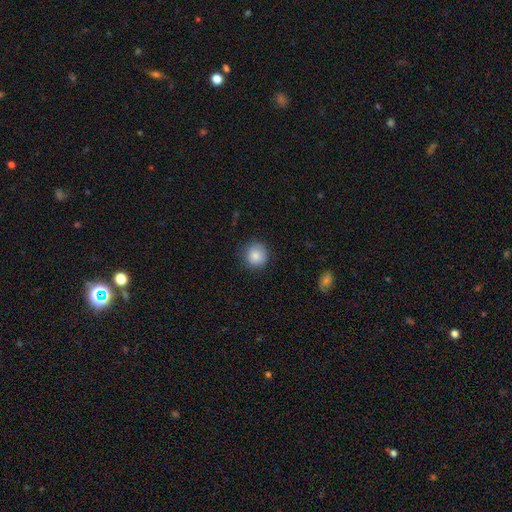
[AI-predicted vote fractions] smooth-or-featured: smooth: 86% | star or artifact: 9% | featured or disk: 6%
  how-rounded: round: 92% | in between: 7% | cigar-shaped: 1%
  merging: none: 86% | minor disturbance: 10% | major disturbance: 3% | merger: 1%